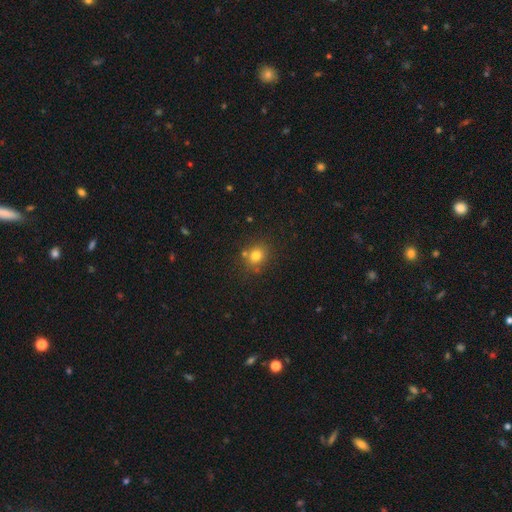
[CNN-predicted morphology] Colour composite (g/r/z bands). It shows a smooth galaxy with no disk features (77%) that is round (72%). Merging: none (73%).